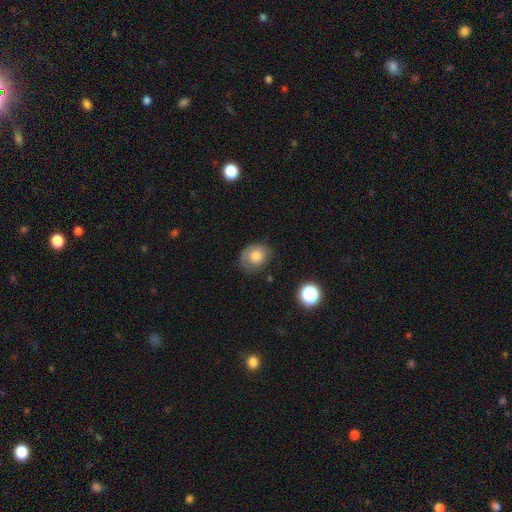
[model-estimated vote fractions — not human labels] Q: Smooth or featured?
A: smooth (69%); runner-up: featured or disk (21%)
Q: How rounded?
A: round (62%); runner-up: in between (37%)
Q: Merging?
A: none (65%); runner-up: minor disturbance (24%)